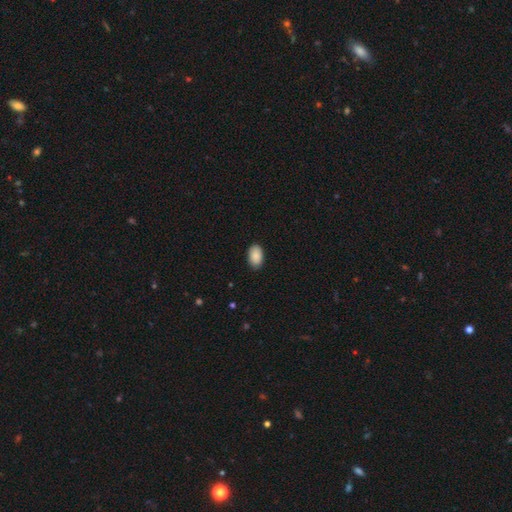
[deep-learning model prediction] Overall: smooth (89%). How rounded: in between (92%). Merging: none (87%).